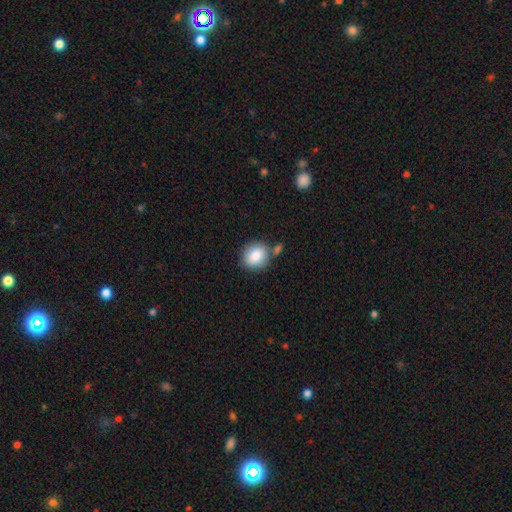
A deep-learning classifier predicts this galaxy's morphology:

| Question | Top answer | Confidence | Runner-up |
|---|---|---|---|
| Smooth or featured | smooth | 86% | star or artifact (7%) |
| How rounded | round | 68% | in between (31%) |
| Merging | none | 66% | merger (16%) |